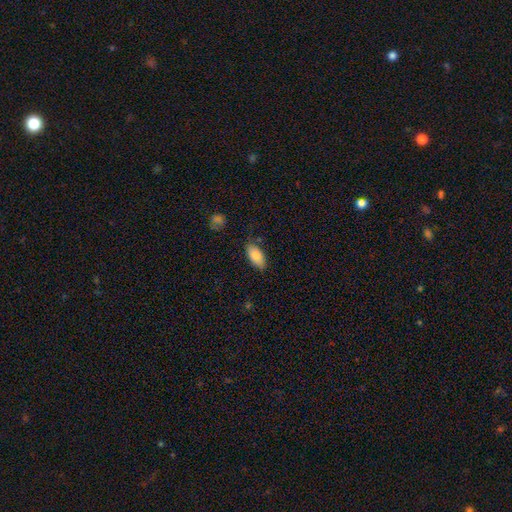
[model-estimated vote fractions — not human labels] This appears to be a smooth galaxy with no disk features (85%) that is in between round and cigar-shaped (91%). Merging: none (80%).